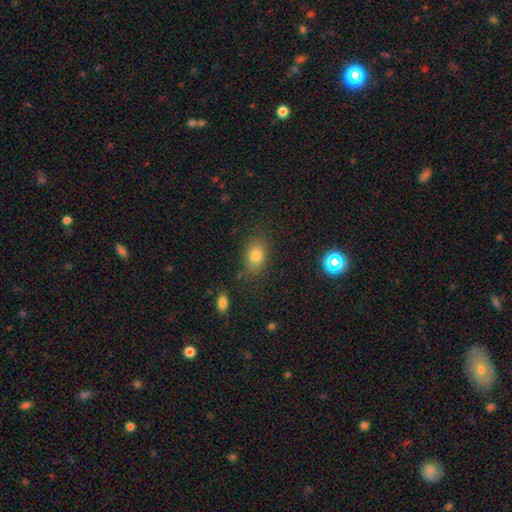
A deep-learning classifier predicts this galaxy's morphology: Smooth or featured? Predicted: smooth (p=0.78). How rounded? Predicted: in between (p=0.70). Merging? Predicted: none (p=0.79).